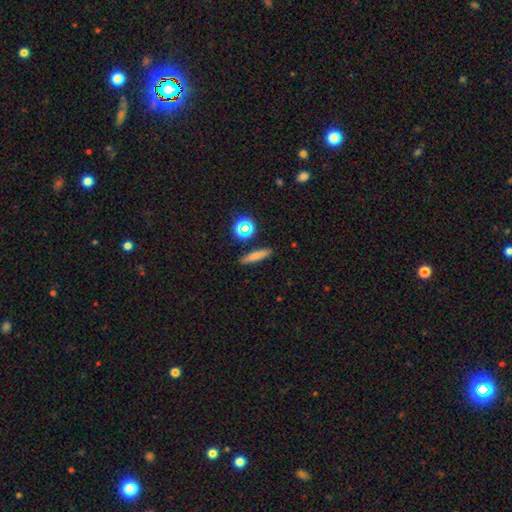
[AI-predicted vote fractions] This is likely a smooth galaxy (73%). How rounded: likely cigar-shaped (75%). Merging: clearly none (87%).